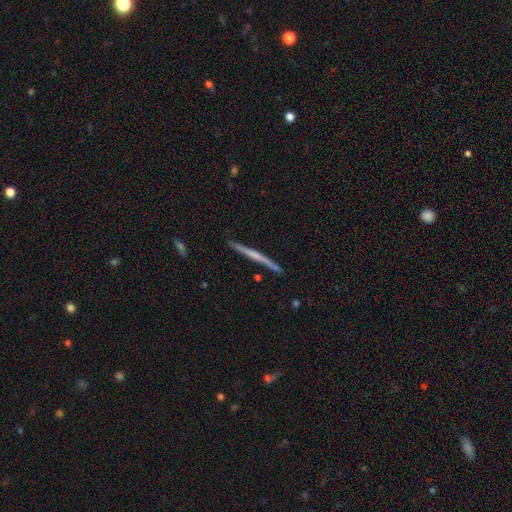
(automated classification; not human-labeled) This is likely a featured or disk galaxy (62%). It is clearly viewed edge-on (98%). Edge-on bulge: likely none (68%). Merging: clearly none (90%).